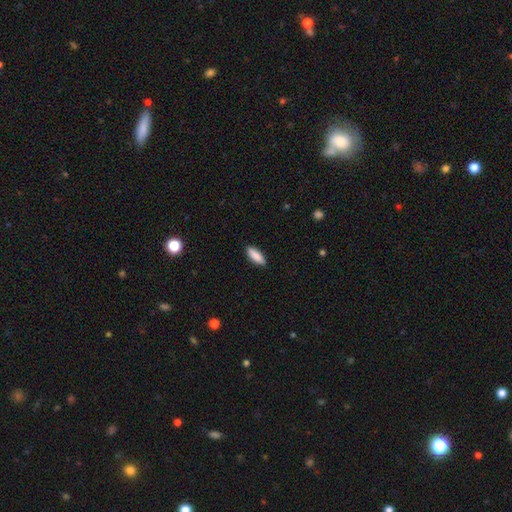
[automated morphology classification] A smooth galaxy with no disk features (88%) that is in between round and cigar-shaped (61%). Merging: none (89%).